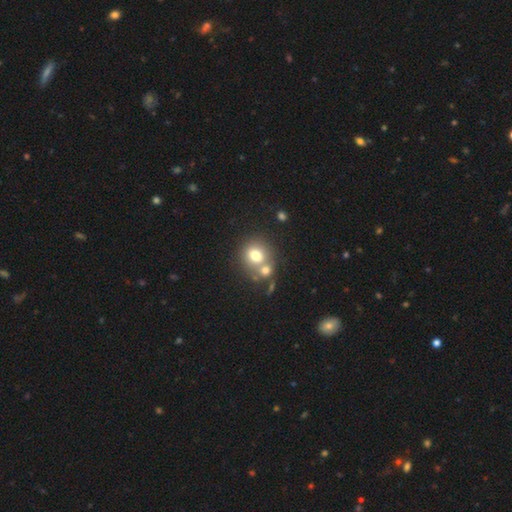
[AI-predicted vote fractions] smooth-or-featured: smooth: 73% | featured or disk: 15% | star or artifact: 11%
  how-rounded: round: 80% | in between: 19% | cigar-shaped: 1%
  merging: none: 49% | merger: 38% | minor disturbance: 9% | major disturbance: 4%